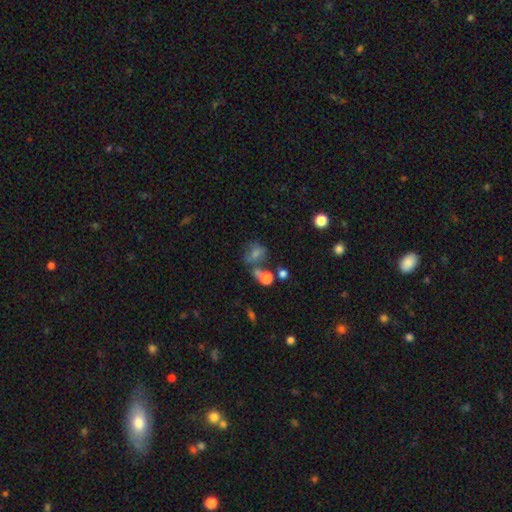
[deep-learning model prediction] This appears to be a smooth galaxy with no disk features (51%) that is round (53%). Merging: none (50%).